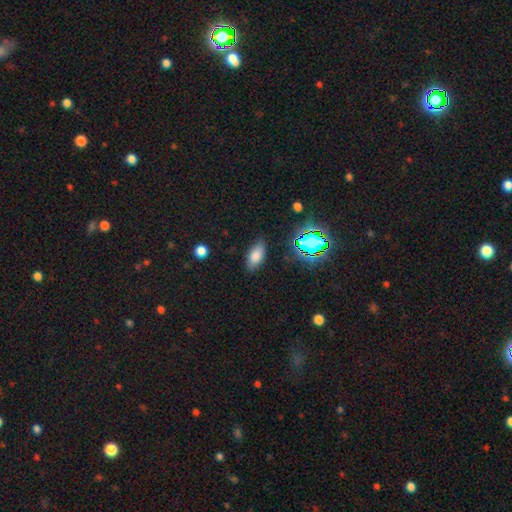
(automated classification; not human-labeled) smooth_or_featured: smooth (p=0.76) [alt: star or artifact p=0.13]
how_rounded: in between (p=0.88) [alt: cigar-shaped p=0.08]
merging: none (p=0.77) [alt: minor disturbance p=0.17]